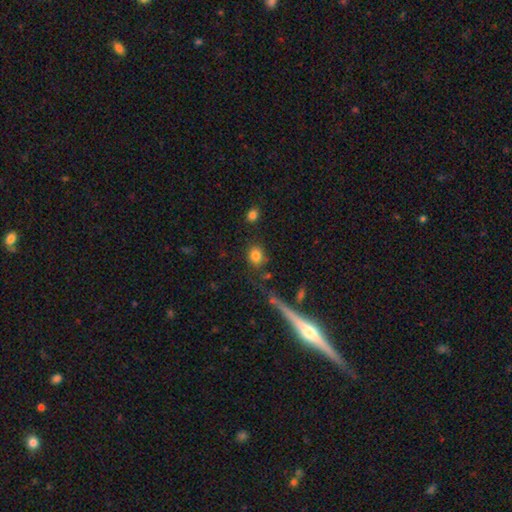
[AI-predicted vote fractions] Q: Smooth or featured?
A: smooth (82%); runner-up: star or artifact (10%)
Q: How rounded?
A: round (74%); runner-up: in between (24%)
Q: Merging?
A: none (77%); runner-up: minor disturbance (11%)